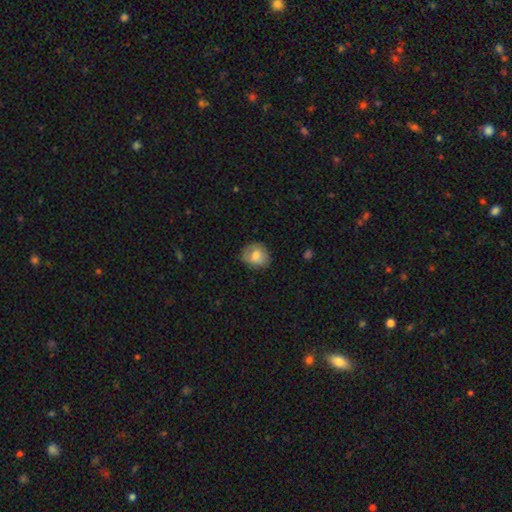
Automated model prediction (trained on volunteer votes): Smooth or featured: smooth — 76% (featured or disk — 16%)
How rounded: round — 67% (in between — 32%)
Merging: none — 74% (minor disturbance — 20%)